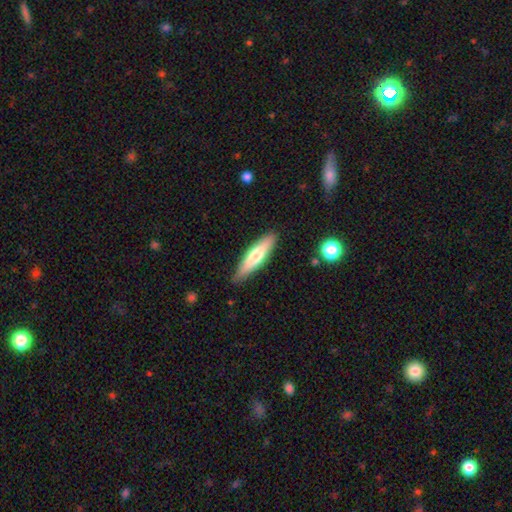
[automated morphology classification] A smooth galaxy with no disk features (64%) that is cigar-shaped (75%). Merging: none (87%).